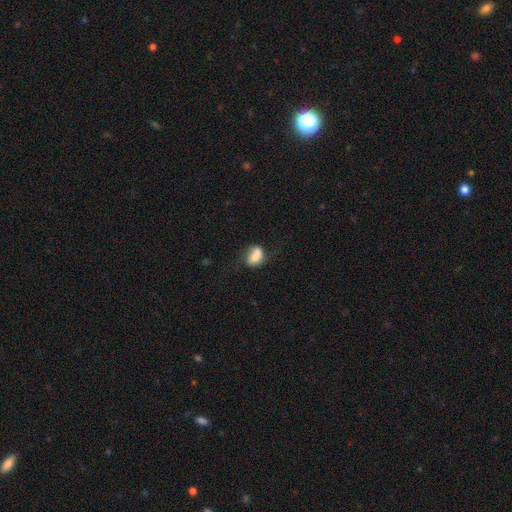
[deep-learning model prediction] Smooth or featured? smooth (66%)
How rounded? in between (73%)
Merging? none (37%)